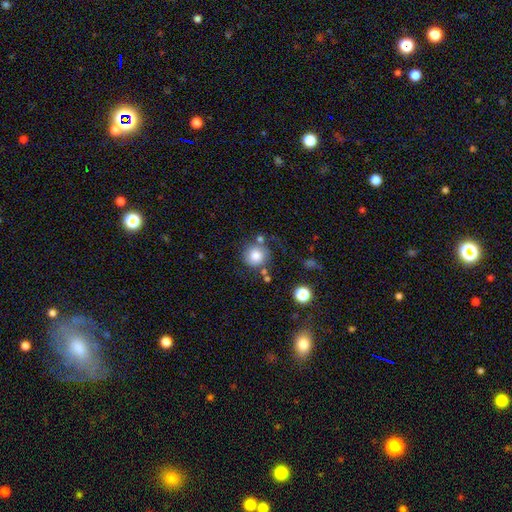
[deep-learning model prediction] Q: Smooth or featured?
A: smooth (79%); runner-up: featured or disk (11%)
Q: How rounded?
A: round (92%); runner-up: in between (7%)
Q: Merging?
A: none (67%); runner-up: minor disturbance (15%)